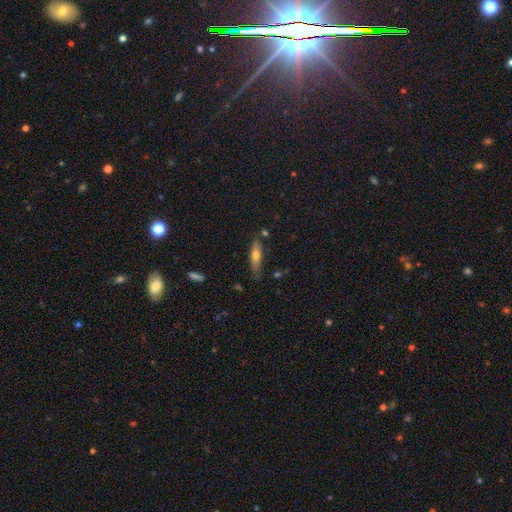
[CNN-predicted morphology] This is likely a smooth galaxy (64%). How rounded: likely cigar-shaped (62%). Merging: likely none (72%).